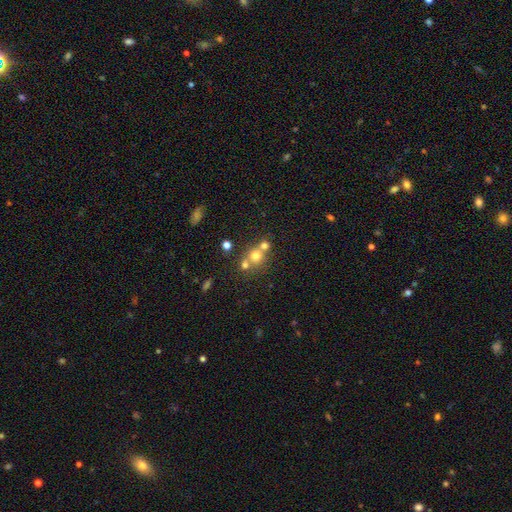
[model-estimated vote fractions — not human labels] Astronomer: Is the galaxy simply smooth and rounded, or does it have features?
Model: smooth — 67%.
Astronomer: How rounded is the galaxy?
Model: round — 85%.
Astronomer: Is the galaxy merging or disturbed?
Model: none — 46% (runner-up: merger, 43%).